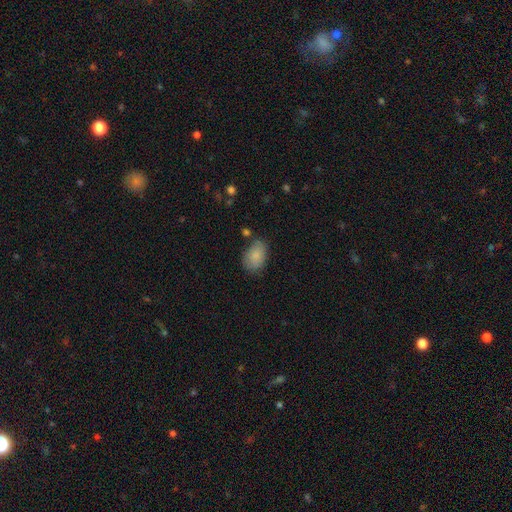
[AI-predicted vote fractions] Smooth or featured: smooth — 85% (featured or disk — 8%)
How rounded: in between — 86% (round — 13%)
Merging: none — 66% (minor disturbance — 23%)